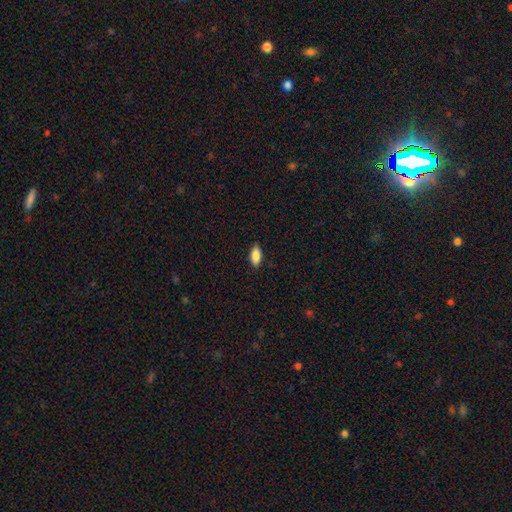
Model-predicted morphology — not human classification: This appears to be a smooth galaxy with no disk features (86%) that is in between round and cigar-shaped (88%). Merging: none (89%).